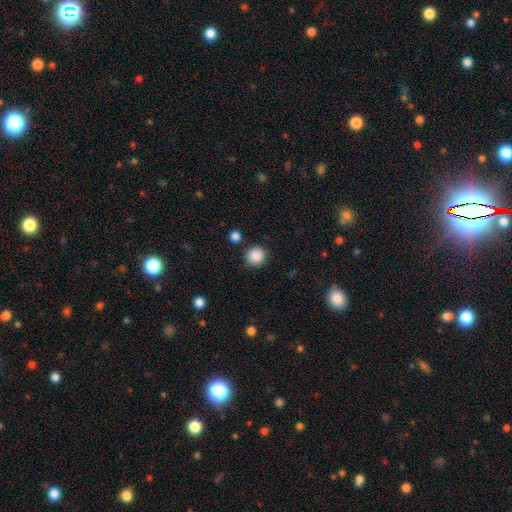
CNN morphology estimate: Smooth or featured? smooth (88%)
How rounded? round (90%)
Merging? none (85%)